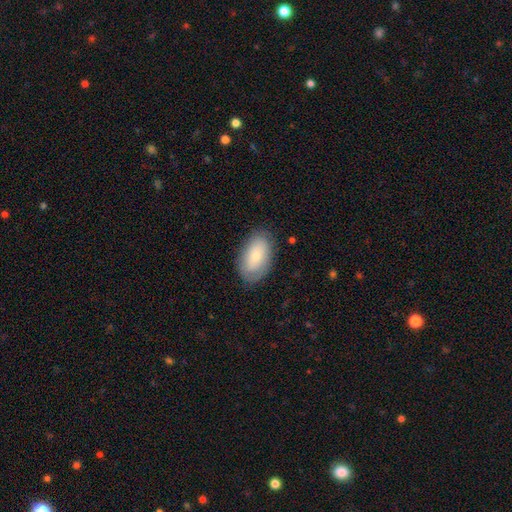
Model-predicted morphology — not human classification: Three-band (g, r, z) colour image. It shows a smooth galaxy with no disk features (69%) that is in between round and cigar-shaped (93%). Merging: none (80%).